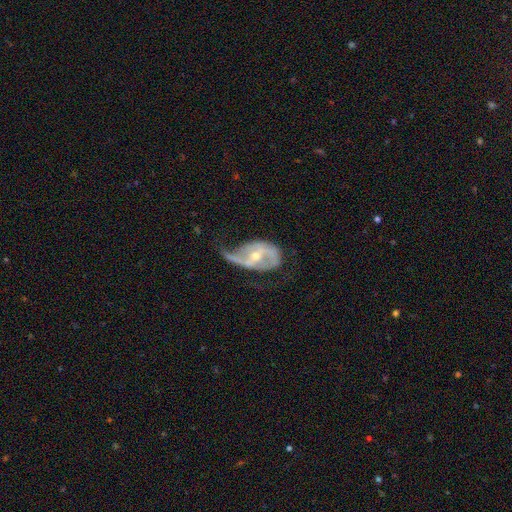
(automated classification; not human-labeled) The model was most divided on "bulge size": moderate: 49%, small: 48%, large: 2%, none: 1%, dominant: 1%. Remaining: edge-on disk — no (96%); smooth or featured — featured or disk (80%); spiral arms — yes (80%); spiral arm count — 2 (57%); spiral winding — loose (50%); bar — no (39%); merging — major disturbance (39%).